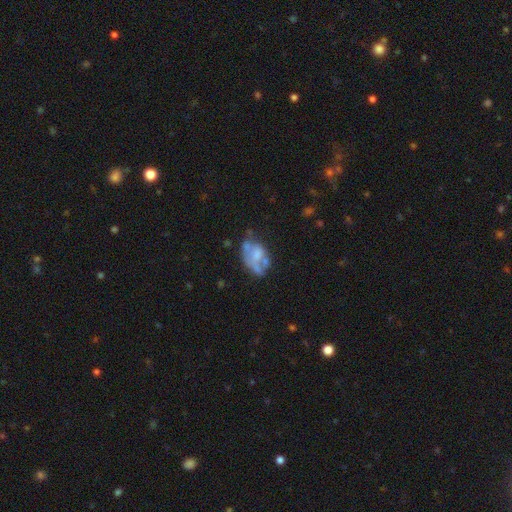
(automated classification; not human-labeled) This is possibly a featured or disk galaxy (53%). It is clearly not viewed edge-on (97%). Bar: clearly no (87%). Spiral arm pattern: clearly no (85%). Central bulge: marginally none (44%). Merging: marginally none (33%).